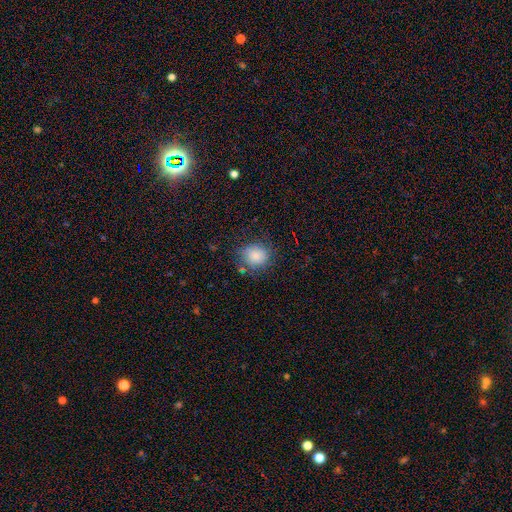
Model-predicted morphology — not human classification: A smooth galaxy with no disk features (82%) that is round (80%).

Vote fractions:
- Smooth or featured? smooth: 82% / star or artifact: 10% / featured or disk: 8%
- How rounded? round: 80% / in between: 19% / cigar-shaped: 1%
- Merging? none: 75% / minor disturbance: 16% / major disturbance: 6% / merger: 3%